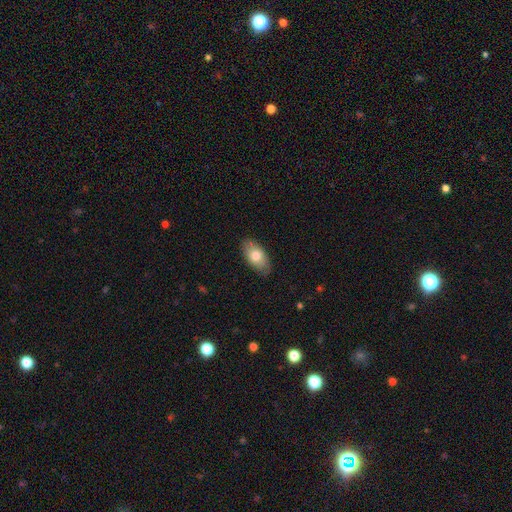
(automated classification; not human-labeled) Smooth or featured: smooth — 75% (featured or disk — 19%)
How rounded: in between — 93% (round — 4%)
Merging: none — 84% (minor disturbance — 12%)